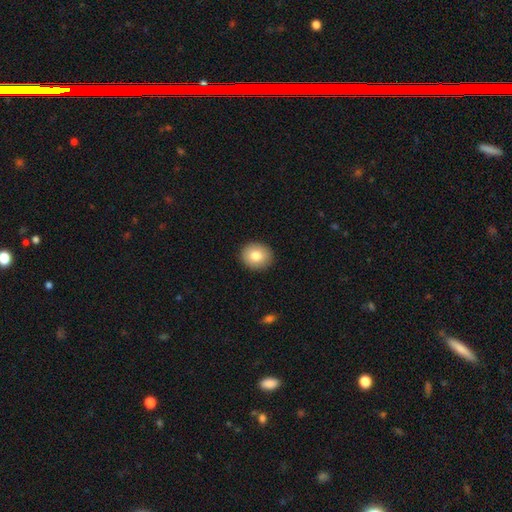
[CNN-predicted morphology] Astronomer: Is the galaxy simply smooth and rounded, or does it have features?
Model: smooth — 81%.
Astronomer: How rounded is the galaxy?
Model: round — 77%.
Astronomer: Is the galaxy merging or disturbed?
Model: none — 91%.